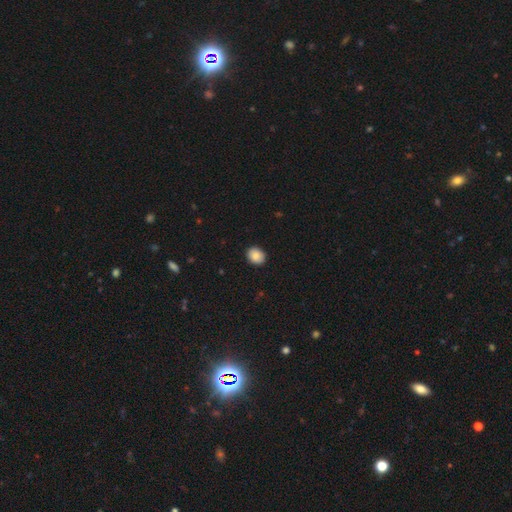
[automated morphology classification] Overall: smooth (86%). How rounded: in between (50%, tied with round). Merging: none (90%).